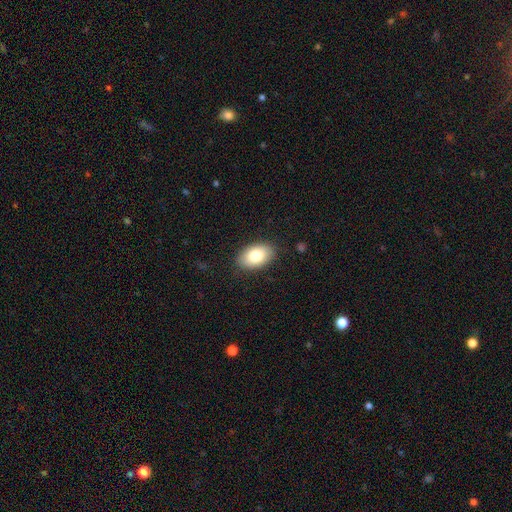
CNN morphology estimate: Smooth or featured? Predicted: smooth (p=0.81). How rounded? Predicted: in between (p=0.91). Merging? Predicted: none (p=0.86).